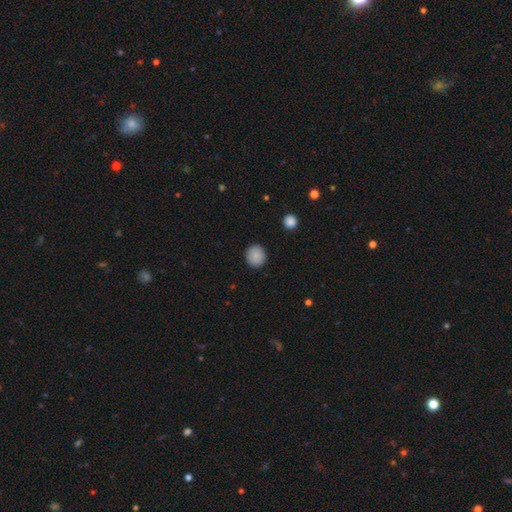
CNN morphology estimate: Smooth or featured?
  - smooth: 87% *
  - star or artifact: 8%
  - featured or disk: 4%
How rounded?
  - round: 90% *
  - in between: 9%
  - cigar-shaped: 1%
Merging?
  - none: 91% *
  - minor disturbance: 6%
  - major disturbance: 2%
  - merger: 1%